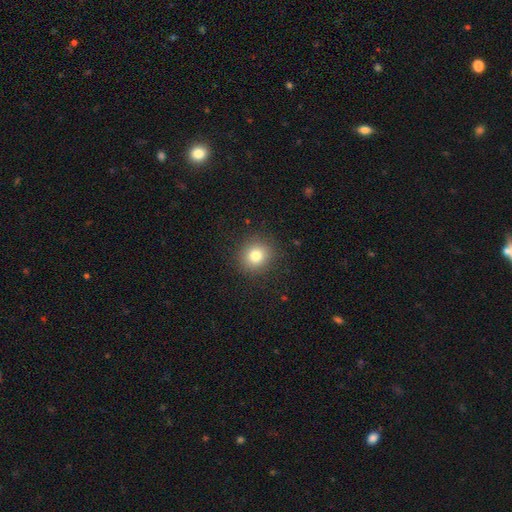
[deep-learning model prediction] smooth 79%, star or artifact 12%, featured or disk 9%. Down the decision tree: how rounded — round (87%); merging — none (89%).